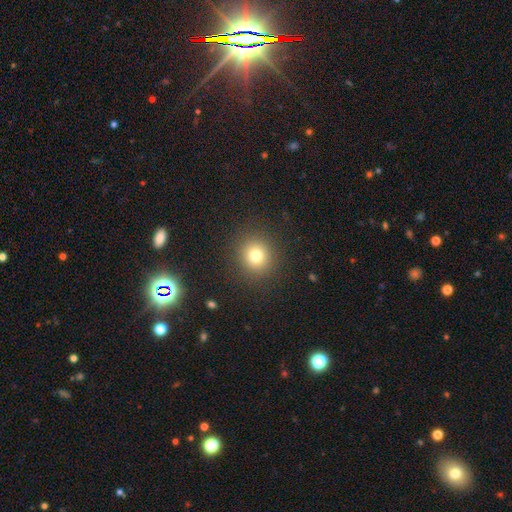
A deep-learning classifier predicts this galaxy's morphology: type=smooth (76%); roundness=round (89%); merging=none (89%).